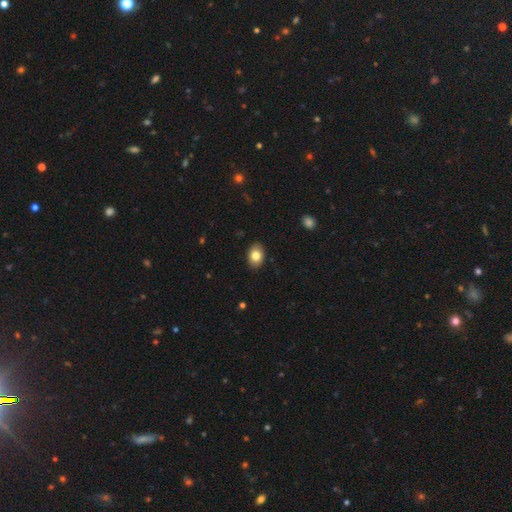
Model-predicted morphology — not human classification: type=smooth (83%); roundness=in between (79%); merging=none (88%).